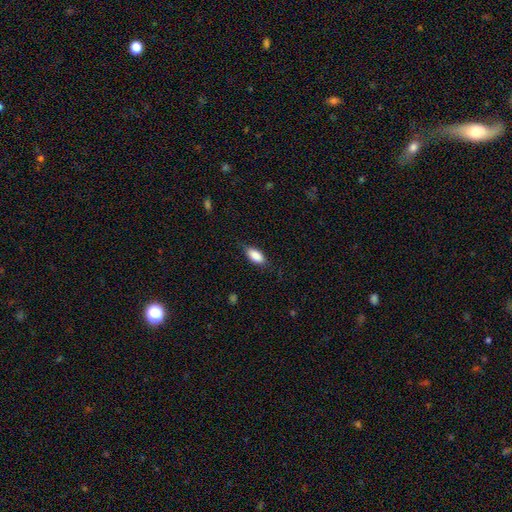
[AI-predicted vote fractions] The model was most divided on "merging": none: 76%, minor disturbance: 18%, major disturbance: 4%, merger: 1%. More confident: how rounded — in between (88%); smooth or featured — smooth (86%).